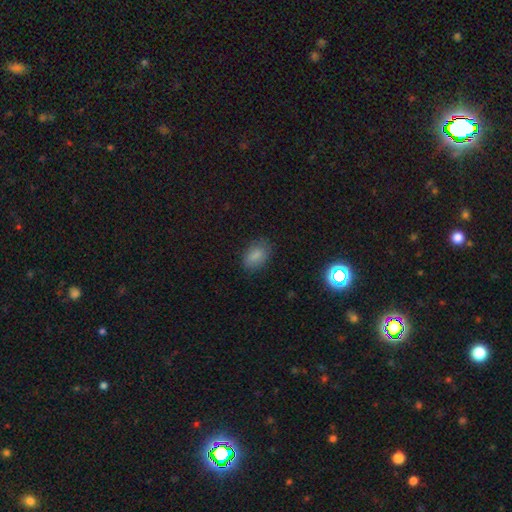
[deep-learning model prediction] smooth-or-featured: smooth: 82% | star or artifact: 10% | featured or disk: 8%
  how-rounded: in between: 85% | round: 13% | cigar-shaped: 2%
  merging: none: 76% | minor disturbance: 18% | major disturbance: 4% | merger: 1%